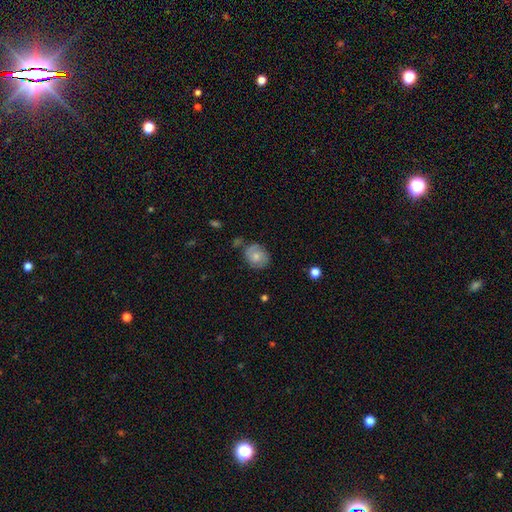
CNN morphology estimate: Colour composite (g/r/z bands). It shows a smooth galaxy with no disk features (57%) that is round (66%). Merging: none (70%).